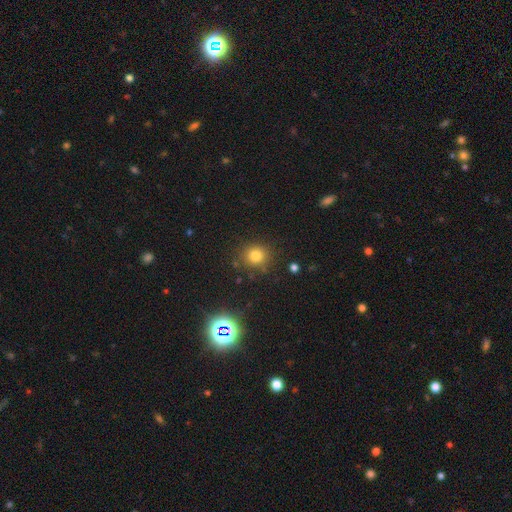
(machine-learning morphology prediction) type=smooth (77%); roundness=round (85%); merging=none (83%).